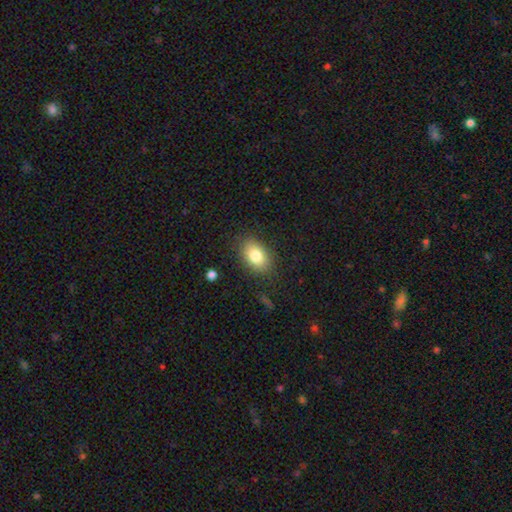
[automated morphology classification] smooth-or-featured: smooth: 81% | featured or disk: 11% | star or artifact: 8%
  how-rounded: in between: 83% | round: 15% | cigar-shaped: 1%
  merging: none: 83% | minor disturbance: 12% | major disturbance: 4% | merger: 1%